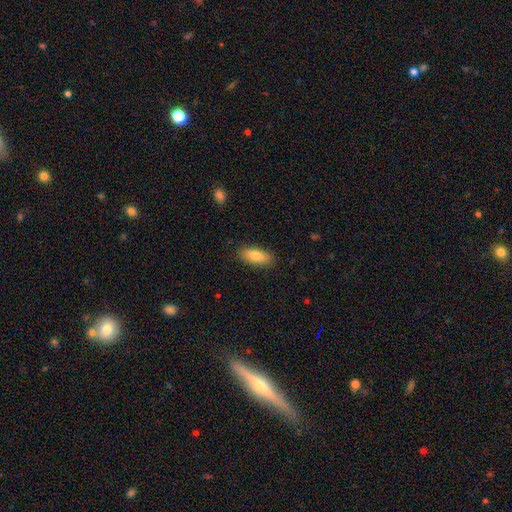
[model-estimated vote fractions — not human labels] Overall: smooth (80%). How rounded: in between (83%). Merging: none (87%).